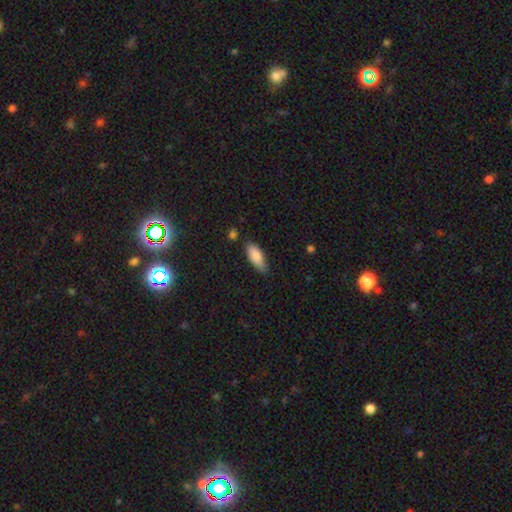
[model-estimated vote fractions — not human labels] This is clearly a smooth galaxy (84%). How rounded: likely in between (78%). Merging: likely none (71%).